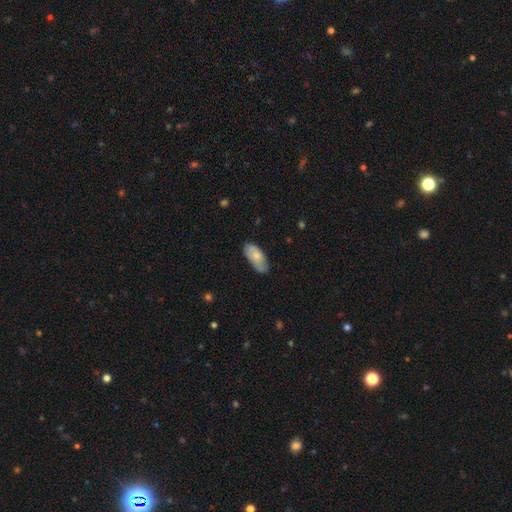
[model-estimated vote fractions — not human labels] A smooth galaxy with no disk features (71%) that is in between round and cigar-shaped (89%). Merging: none (66%).